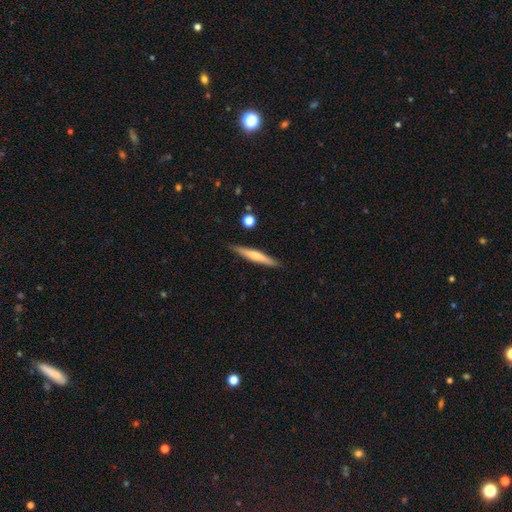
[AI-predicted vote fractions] This appears to be a smooth galaxy with no disk features (48%). Merging: none (88%).